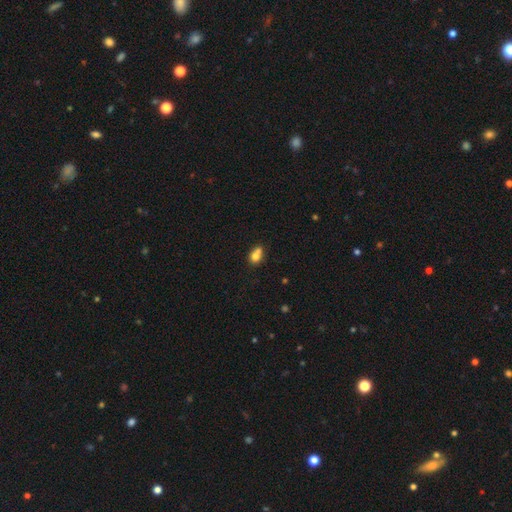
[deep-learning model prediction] Overall: smooth (75%). How rounded: in between (59%; round 39%). Merging: none (39%; merger 36%).